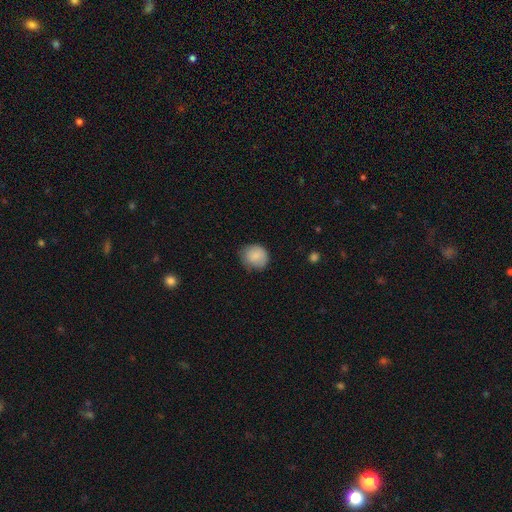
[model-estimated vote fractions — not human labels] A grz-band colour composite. It shows a smooth galaxy with no disk features (87%) that is round (74%). Merging: none (72%).